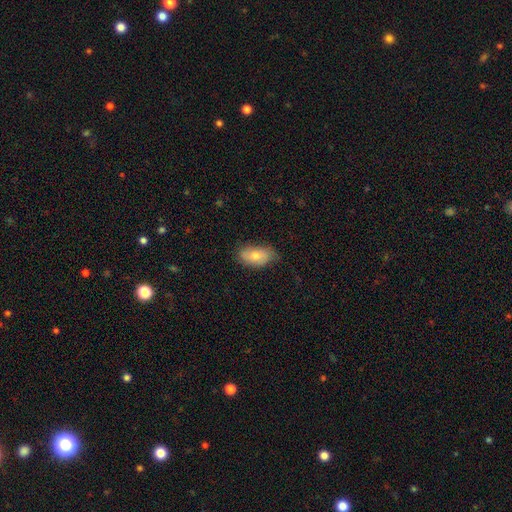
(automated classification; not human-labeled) Overall: smooth (67%). How rounded: in between (92%). Merging: none (71%).